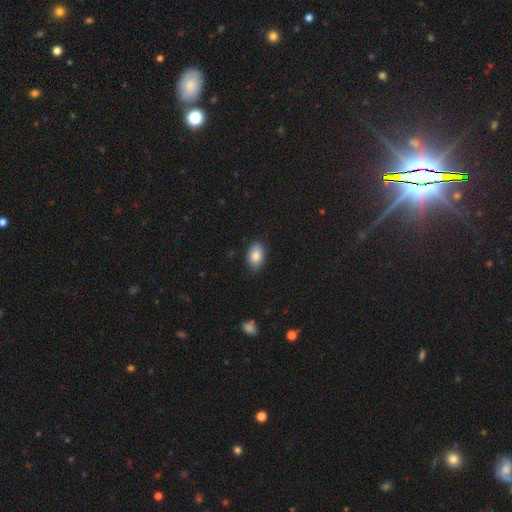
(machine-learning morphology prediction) Smooth or featured? Predicted: smooth (p=0.84). How rounded? Predicted: in between (p=0.88). Merging? Predicted: none (p=0.84).